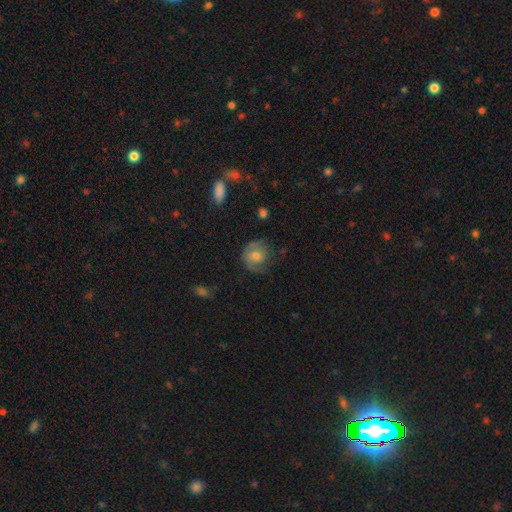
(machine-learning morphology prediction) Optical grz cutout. It shows a featured or disk galaxy (47%). Merging: none (61%).